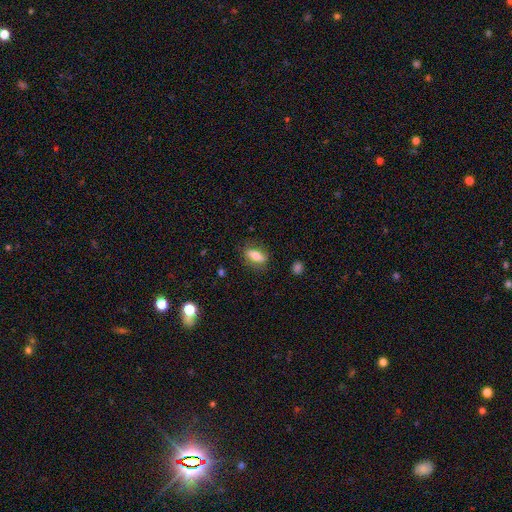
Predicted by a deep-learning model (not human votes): This appears to be a smooth galaxy with no disk features (67%) that is in between round and cigar-shaped (76%). Merging: none (78%).